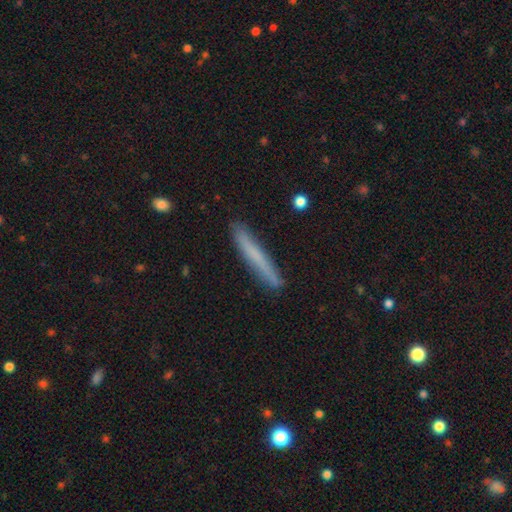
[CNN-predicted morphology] Overall: smooth (65%; featured or disk 28%). How rounded: cigar-shaped (96%). Merging: none (88%).